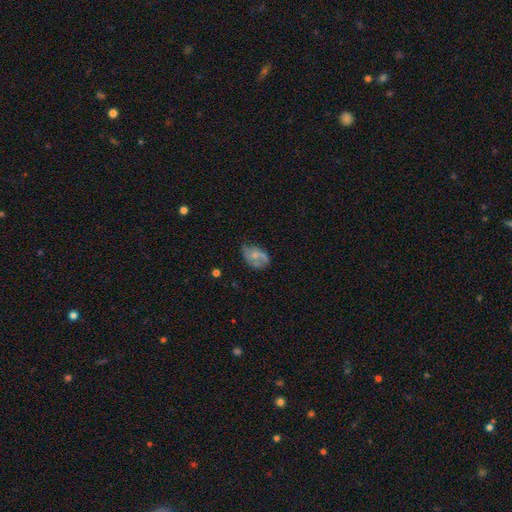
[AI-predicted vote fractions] smooth_or_featured: featured or disk (p=0.51) [alt: smooth p=0.40]
disk_edge_on: no (p=0.96) [alt: yes p=0.04]
merging: none (p=0.46) [alt: minor disturbance p=0.30]